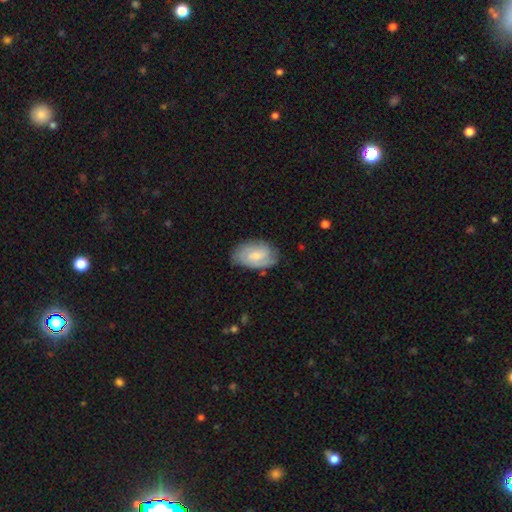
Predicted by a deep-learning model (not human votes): A featured or disk galaxy (51%). Merging: none (69%).